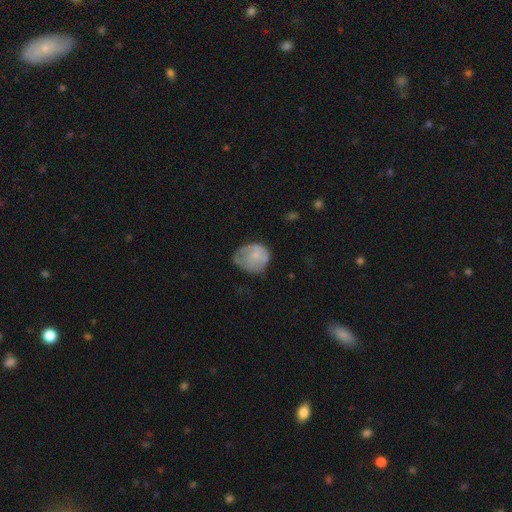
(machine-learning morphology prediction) A smooth galaxy with no disk features (64%) that is round (59%).

Vote fractions:
- Smooth or featured? smooth: 64% / featured or disk: 28% / star or artifact: 8%
- How rounded? round: 59% / in between: 40% / cigar-shaped: 1%
- Merging? minor disturbance: 37% (tied) / none: 37% (tied) / major disturbance: 24% / merger: 2%